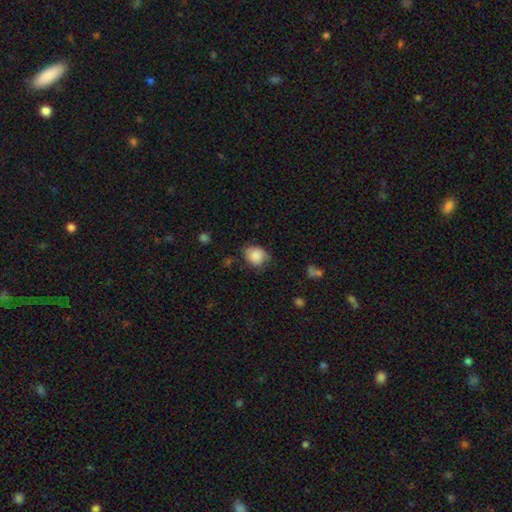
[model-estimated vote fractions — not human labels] Morphology: type=smooth (84%); roundness=round (63%); merging=none (60%).